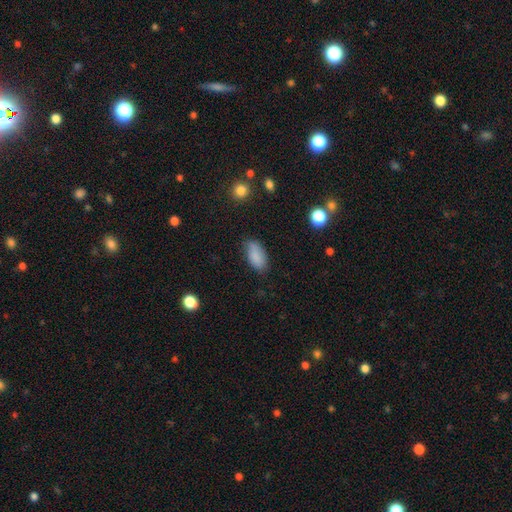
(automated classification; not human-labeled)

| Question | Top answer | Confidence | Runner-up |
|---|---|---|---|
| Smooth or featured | smooth | 86% | star or artifact (8%) |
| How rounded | in between | 92% | cigar-shaped (5%) |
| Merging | none | 70% | minor disturbance (23%) |